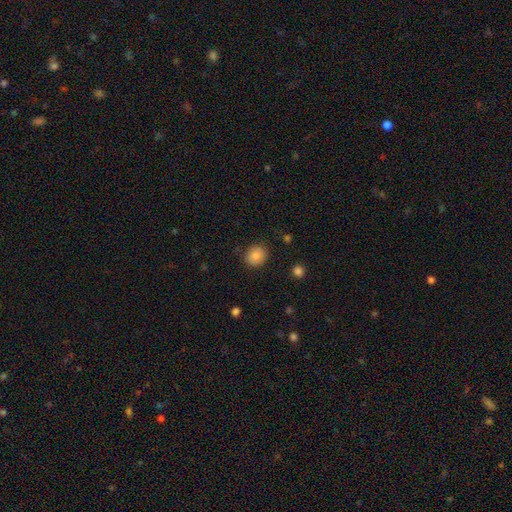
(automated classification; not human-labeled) Q: Smooth or featured?
A: smooth (85%); runner-up: star or artifact (9%)
Q: How rounded?
A: round (75%); runner-up: in between (24%)
Q: Merging?
A: none (87%); runner-up: minor disturbance (9%)